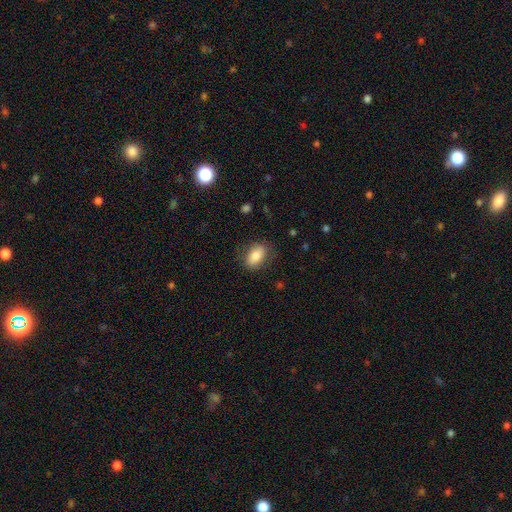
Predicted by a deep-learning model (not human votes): smooth-or-featured: smooth: 80% | featured or disk: 12% | star or artifact: 7%
  how-rounded: in between: 86% | round: 11% | cigar-shaped: 3%
  merging: none: 78% | minor disturbance: 15% | major disturbance: 5% | merger: 1%